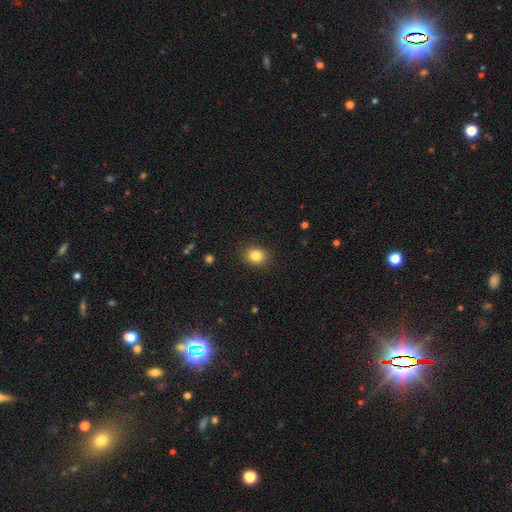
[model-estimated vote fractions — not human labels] Smooth or featured? Predicted: smooth (p=0.83). How rounded? Predicted: round (p=0.59). Merging? Predicted: none (p=0.88).